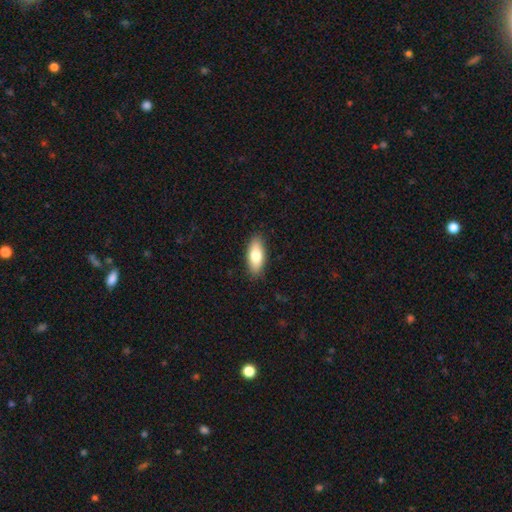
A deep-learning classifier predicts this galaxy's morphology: A smooth galaxy with no disk features (78%) that is in between round and cigar-shaped (81%). Merging: none (89%).